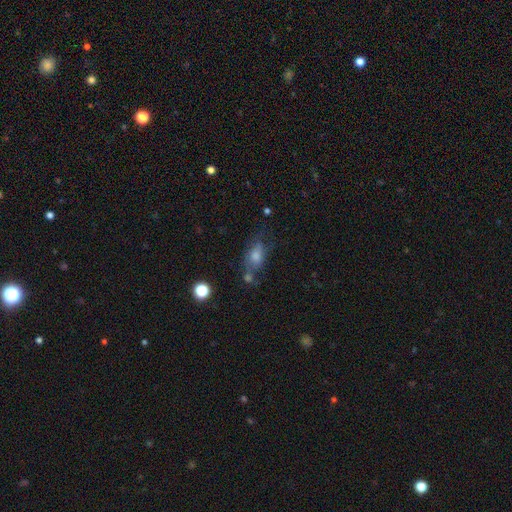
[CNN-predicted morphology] A smooth galaxy with no disk features (52%) that is in between round and cigar-shaped (72%). Merging: none (50%).